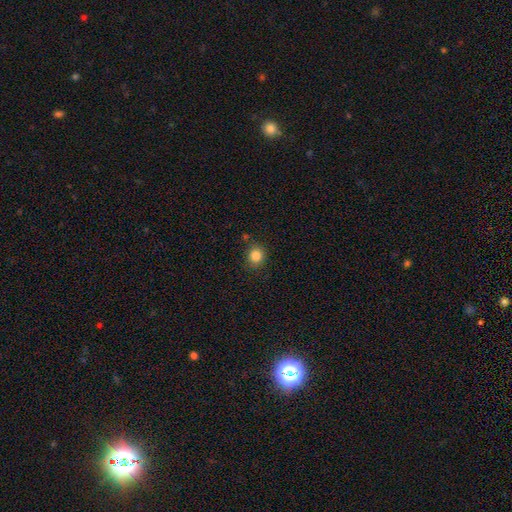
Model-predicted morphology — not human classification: A smooth galaxy with no disk features (84%) that is round (78%). Merging: none (83%).